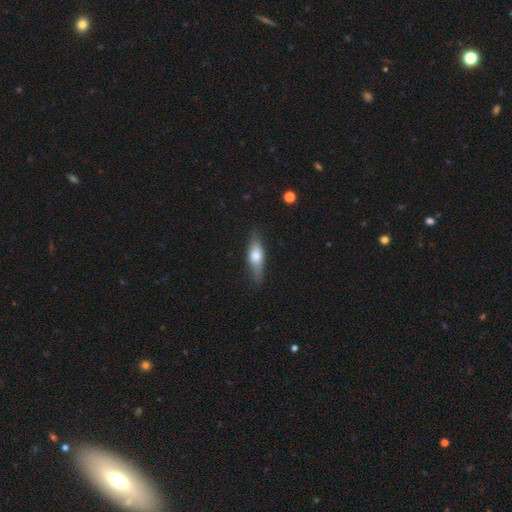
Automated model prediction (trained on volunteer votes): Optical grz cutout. It shows a smooth galaxy with no disk features (55%) that is cigar-shaped (48%, tied with in between). Merging: none (79%).